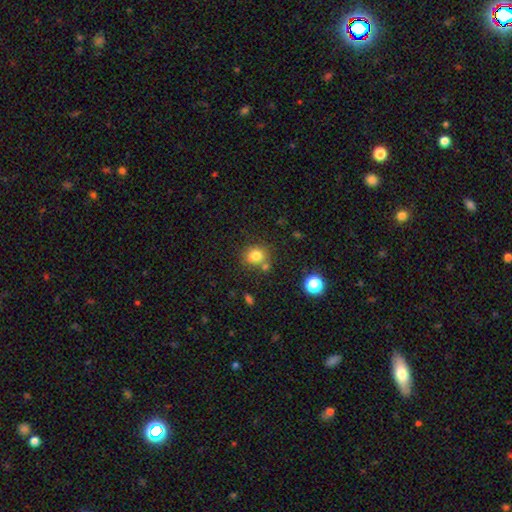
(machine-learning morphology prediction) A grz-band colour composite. It shows a smooth galaxy with no disk features (79%) that is round (72%). Merging: none (65%).